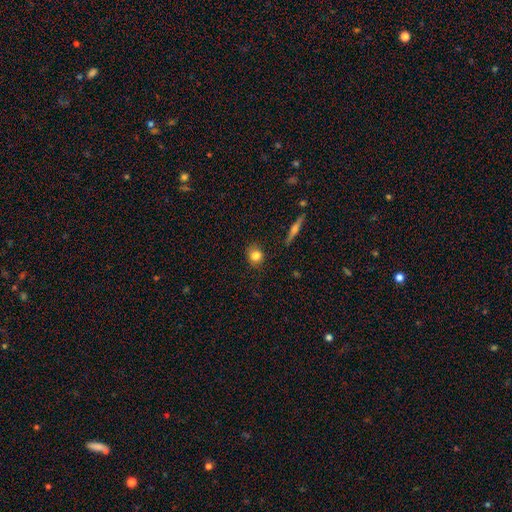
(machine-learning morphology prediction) Smooth or featured? smooth (80%)
How rounded? round (75%)
Merging? none (85%)